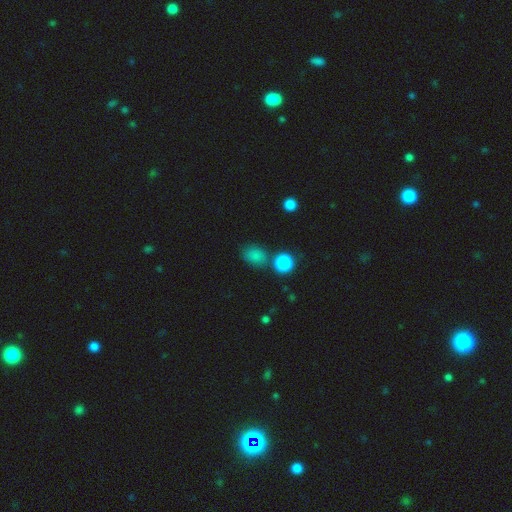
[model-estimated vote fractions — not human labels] Morphology: type=smooth (78%); roundness=in between (58%); merging=none (67%).